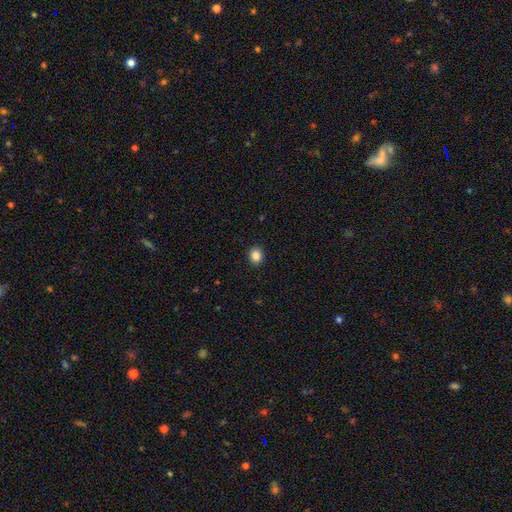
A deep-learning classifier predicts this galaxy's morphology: This appears to be a smooth galaxy with no disk features (86%) that is round (74%). Merging: none (92%).